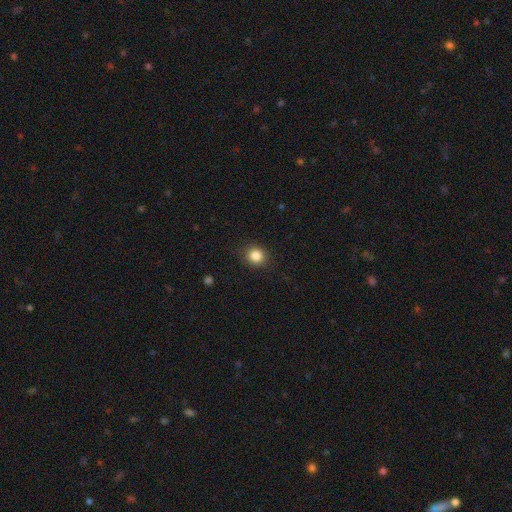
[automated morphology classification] Smooth or featured?
  - smooth: 85% *
  - star or artifact: 10%
  - featured or disk: 5%
How rounded?
  - round: 82% *
  - in between: 18%
  - cigar-shaped: 1%
Merging?
  - none: 89% *
  - minor disturbance: 8%
  - major disturbance: 2%
  - merger: 1%